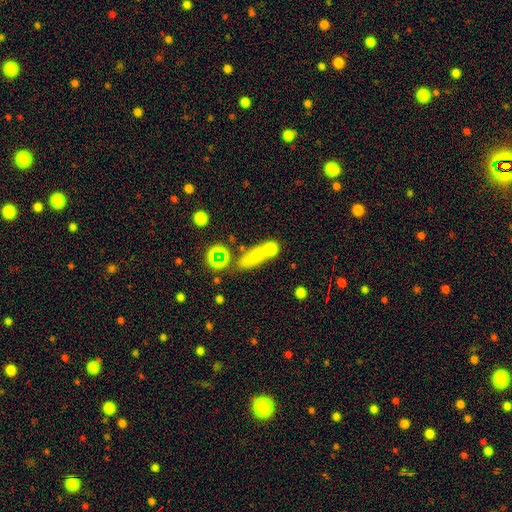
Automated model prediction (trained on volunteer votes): Smooth or featured: smooth — 67% (star or artifact — 17%)
How rounded: in between — 43% (cigar-shaped — 42%)
Merging: none — 47% (merger — 30%)